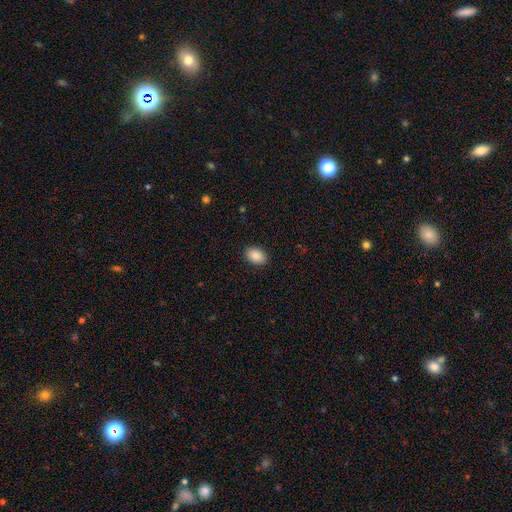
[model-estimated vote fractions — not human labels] A smooth galaxy with no disk features (89%) that is in between round and cigar-shaped (85%). Merging: none (89%).